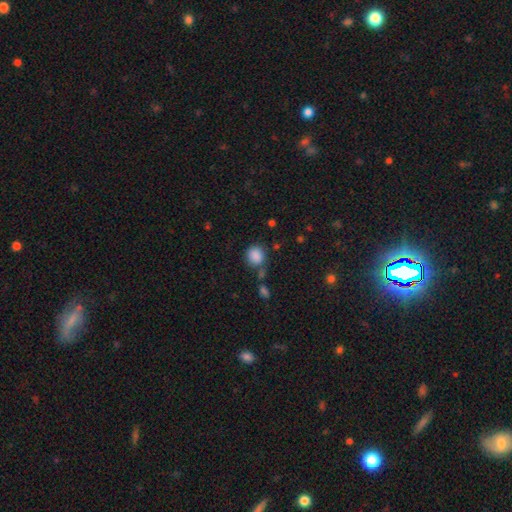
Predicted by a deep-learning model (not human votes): Smooth or featured? Predicted: smooth (p=0.87). How rounded? Predicted: round (p=0.77). Merging? Predicted: none (p=0.67).